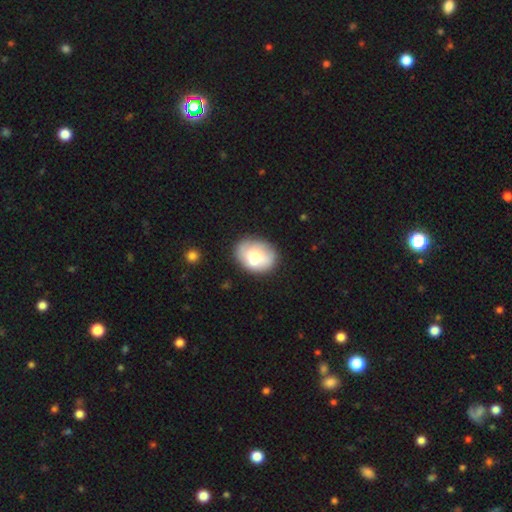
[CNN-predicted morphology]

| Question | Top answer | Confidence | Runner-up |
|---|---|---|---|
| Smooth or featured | smooth | 64% | featured or disk (29%) |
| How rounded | in between | 66% | round (33%) |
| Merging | none | 54% | minor disturbance (21%) |